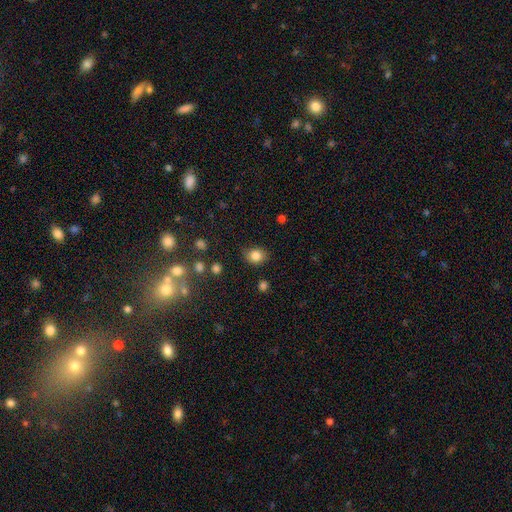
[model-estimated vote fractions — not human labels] This is clearly a smooth galaxy (83%). How rounded: likely round (62%). Merging: likely none (78%).